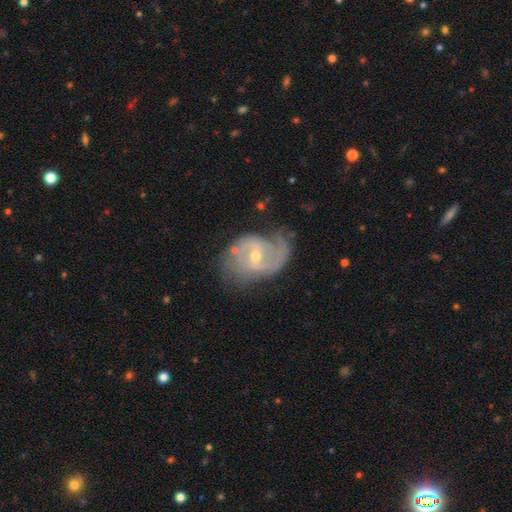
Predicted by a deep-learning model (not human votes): featured or disk 86%, smooth 8%, star or artifact 6%. Down the decision tree: edge-on disk — no (97%); bar — weak (53%); spiral arms — yes (94%); spiral arm count — 2 (71%); spiral winding — medium (48%); bulge size — small (56%); merging — none (56%).